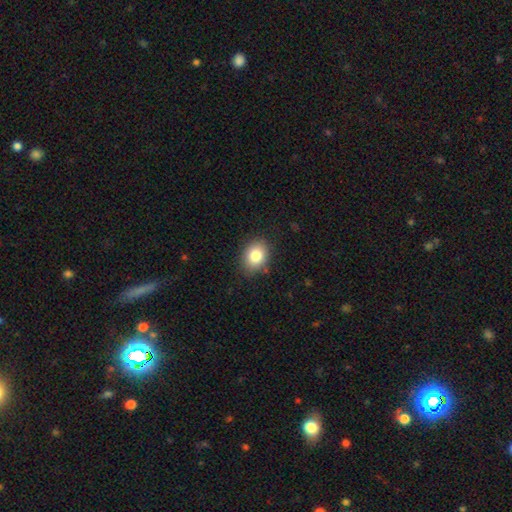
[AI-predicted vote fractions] The model was most divided on "how rounded": in between: 60%, round: 39%, cigar-shaped: 1%. More confident: merging — none (83%); smooth or featured — smooth (83%).